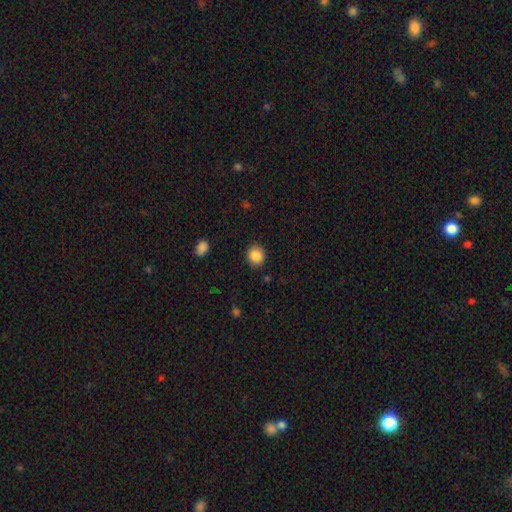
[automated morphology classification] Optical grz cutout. It shows a smooth galaxy with no disk features (87%) that is round (76%). Merging: none (89%).